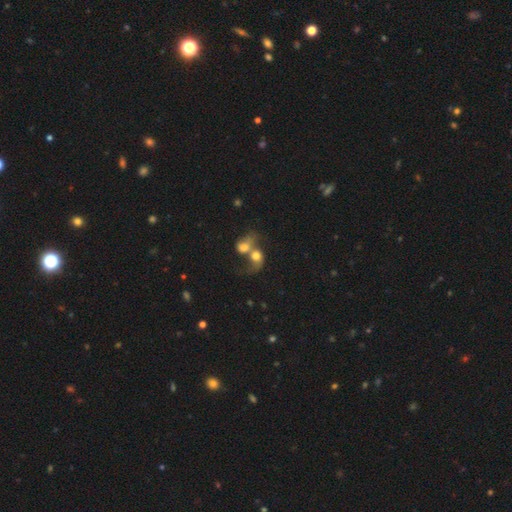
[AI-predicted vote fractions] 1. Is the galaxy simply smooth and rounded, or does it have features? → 54% smooth, 37% featured or disk, 10% star or artifact.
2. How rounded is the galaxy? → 55% round, 43% in between, 2% cigar-shaped.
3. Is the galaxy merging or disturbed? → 81% merger, 8% major disturbance, 7% none, 4% minor disturbance.